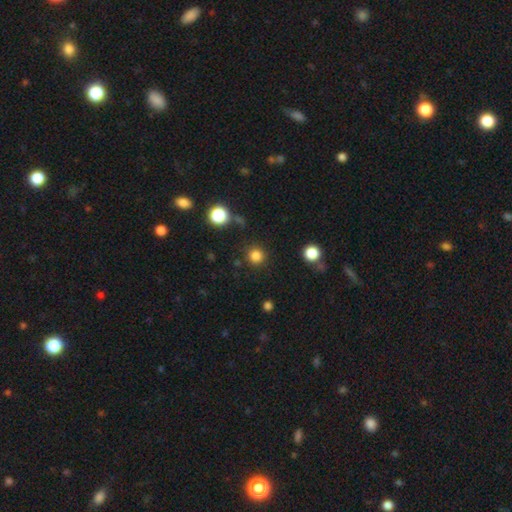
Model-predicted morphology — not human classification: Smooth or featured: smooth — 82% (star or artifact — 14%)
How rounded: round — 94% (in between — 5%)
Merging: none — 88% (minor disturbance — 7%)